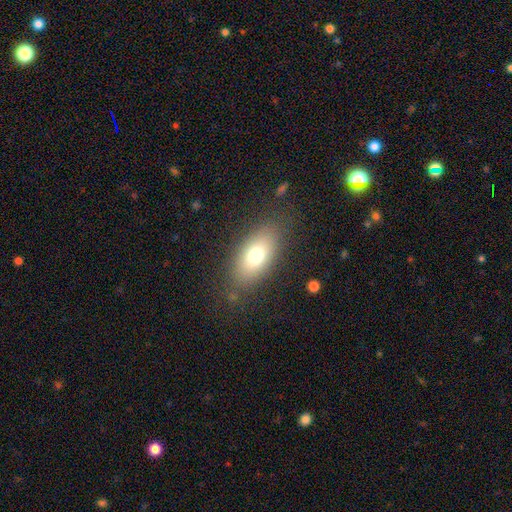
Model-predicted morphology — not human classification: Smooth or featured?
  - smooth: 73% *
  - featured or disk: 17%
  - star or artifact: 10%
How rounded?
  - in between: 86% *
  - cigar-shaped: 8%
  - round: 7%
Merging?
  - none: 82% *
  - minor disturbance: 12%
  - major disturbance: 5%
  - merger: 1%